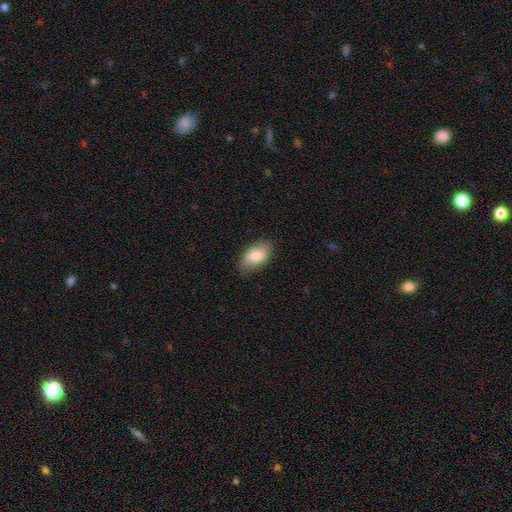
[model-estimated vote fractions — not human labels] smooth 81%, featured or disk 12%, star or artifact 6%. Down the decision tree: how rounded — in between (93%); merging — none (83%).